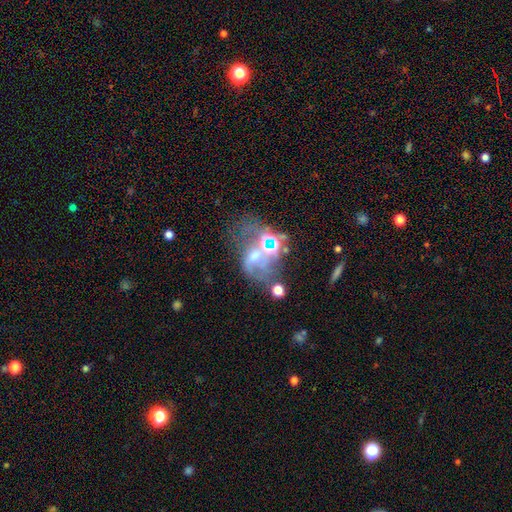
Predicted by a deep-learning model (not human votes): The model was most divided on "merging" (2-way tie): major disturbance: 30%, merger: 30%, none: 25%, minor disturbance: 14%. Remaining: smooth or featured — featured or disk (47%).